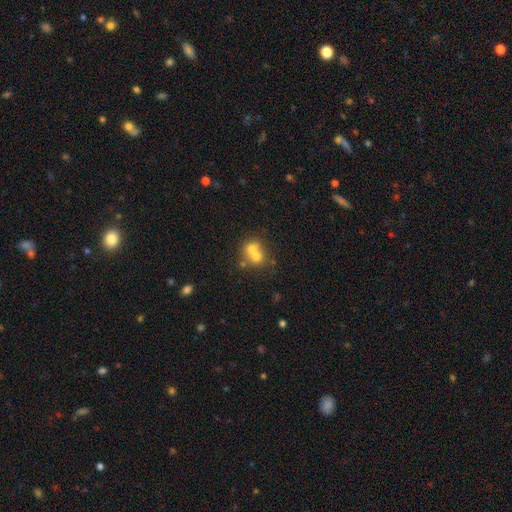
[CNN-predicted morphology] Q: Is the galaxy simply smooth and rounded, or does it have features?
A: smooth — 64%.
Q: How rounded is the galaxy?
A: round — 74%.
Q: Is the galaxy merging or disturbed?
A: merger — 67%.